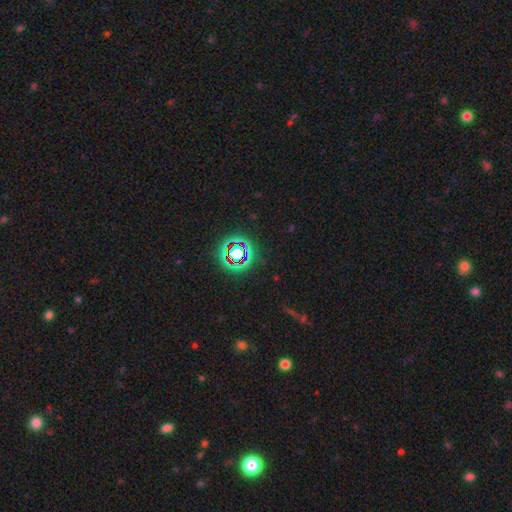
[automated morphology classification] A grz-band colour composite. It shows a star or artifact, not a galaxy (53%).